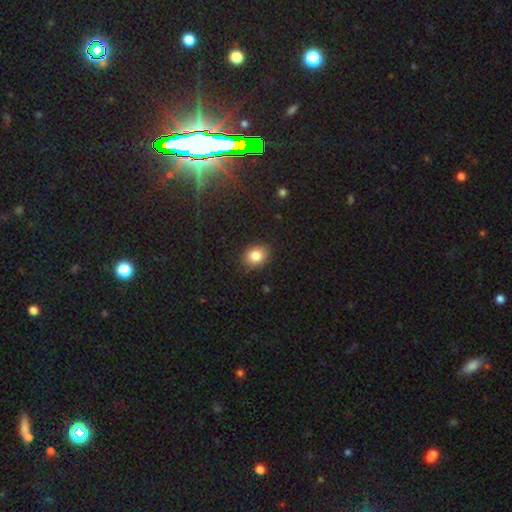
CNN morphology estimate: Overall: smooth (84%). How rounded: round (52%; in between 48%). Merging: none (87%).